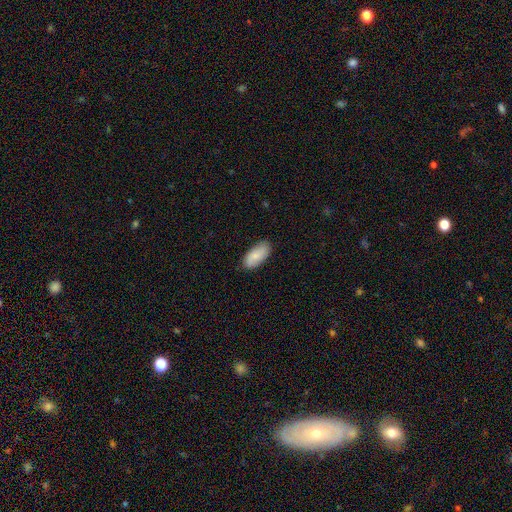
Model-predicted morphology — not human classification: This is likely a smooth galaxy (79%). How rounded: clearly in between (91%). Merging: clearly none (84%).